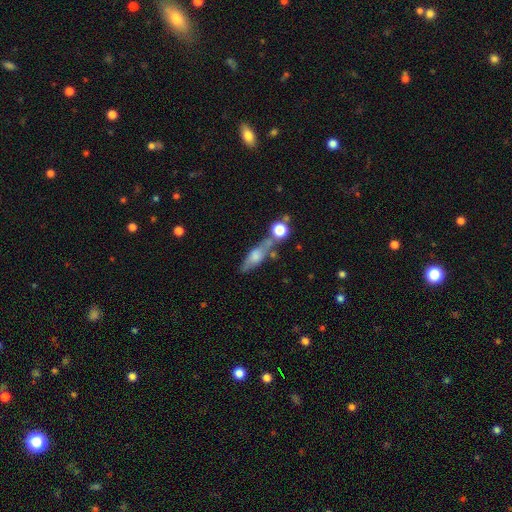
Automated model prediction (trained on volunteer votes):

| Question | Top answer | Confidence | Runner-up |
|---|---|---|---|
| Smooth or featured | smooth | 49% | featured or disk (42%) |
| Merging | none | 54% | merger (19%) |